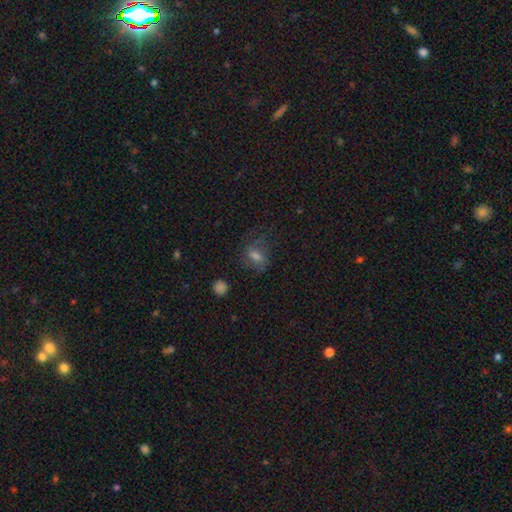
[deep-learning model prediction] smooth_or_featured: smooth (p=0.55) [alt: featured or disk p=0.28]
how_rounded: in between (p=0.65) [alt: round p=0.30]
merging: none (p=0.59) [alt: minor disturbance p=0.21]